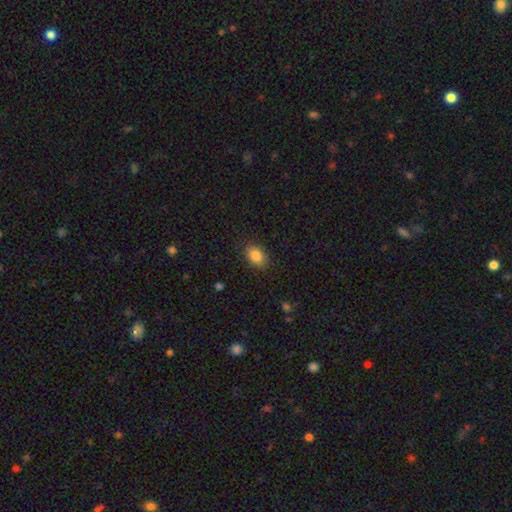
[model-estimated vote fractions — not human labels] smooth 85%, star or artifact 8%, featured or disk 7%. Down the decision tree: how rounded — in between (86%); merging — none (85%).